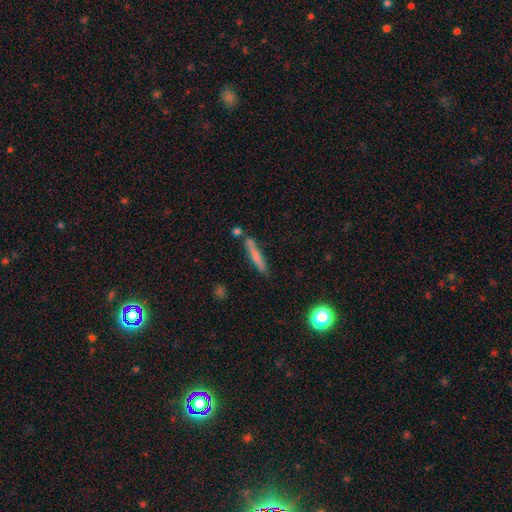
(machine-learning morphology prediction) This appears to be a smooth galaxy with no disk features (63%) that is cigar-shaped (91%). Merging: none (74%).